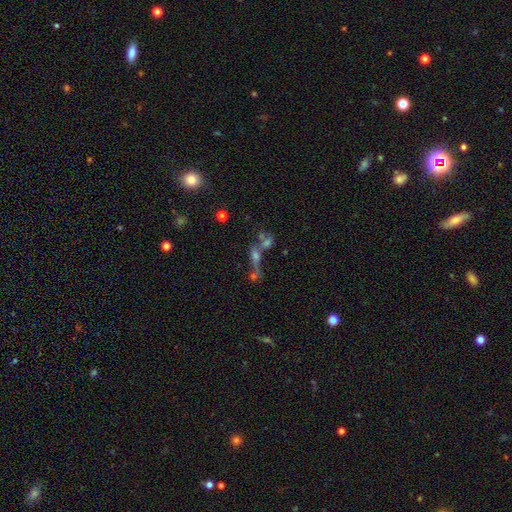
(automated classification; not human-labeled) This is marginally a smooth galaxy (35%). Merging: possibly merger (48%).